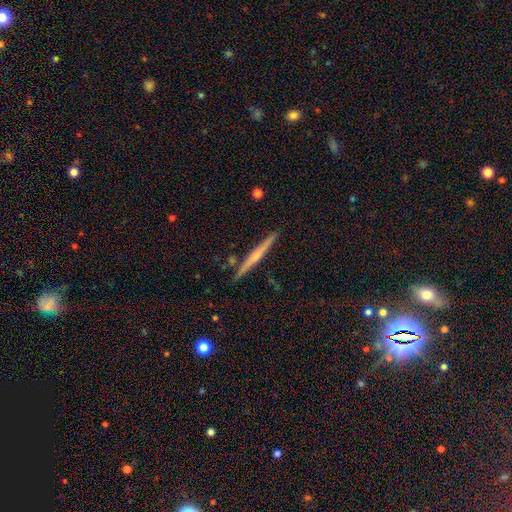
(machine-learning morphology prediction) This appears to be a featured or disk galaxy (62%) viewed edge-on (98%) with a rounded central bulge (52%). Merging: none (89%).